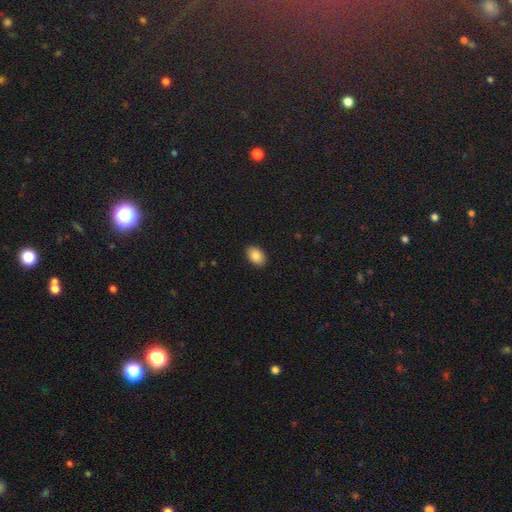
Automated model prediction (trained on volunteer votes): This appears to be a smooth galaxy with no disk features (88%) that is in between round and cigar-shaped (83%). Merging: none (89%).